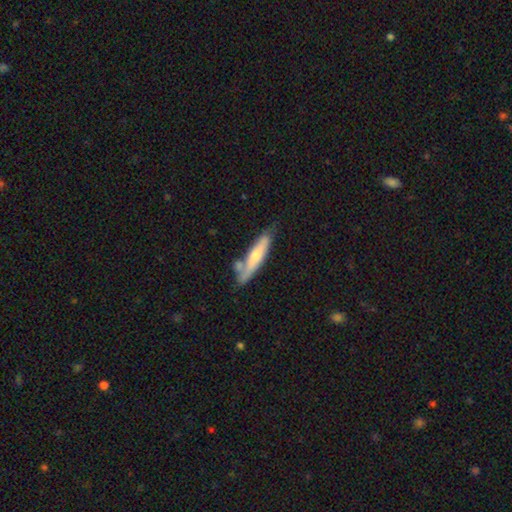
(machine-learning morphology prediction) featured or disk 48%, smooth 46%, star or artifact 6%. Down the decision tree: merging — none (64%).